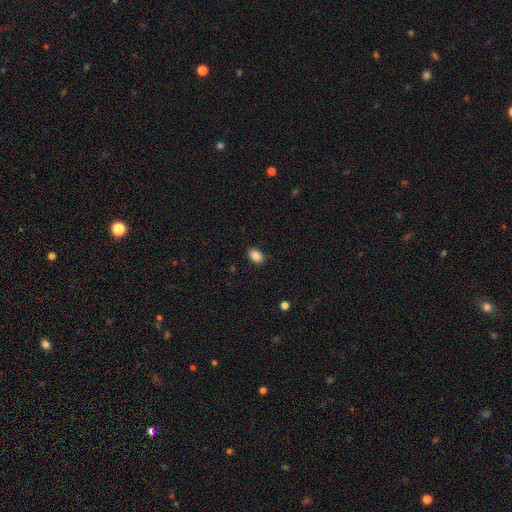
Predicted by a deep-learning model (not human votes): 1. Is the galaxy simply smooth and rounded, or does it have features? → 87% smooth, 9% star or artifact, 5% featured or disk.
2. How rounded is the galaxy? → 80% in between, 19% round, 1% cigar-shaped.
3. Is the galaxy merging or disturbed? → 87% none, 10% minor disturbance, 2% major disturbance, 1% merger.